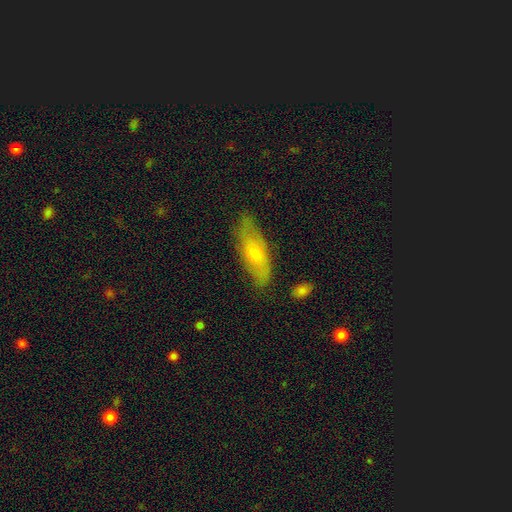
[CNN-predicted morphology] Overall: featured or disk (46%; smooth 42%). Merging: none (81%).